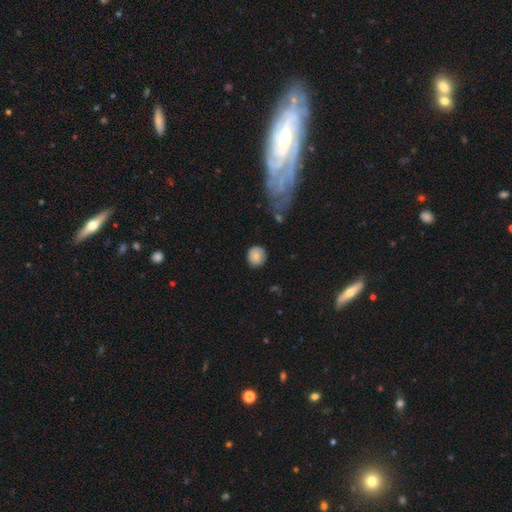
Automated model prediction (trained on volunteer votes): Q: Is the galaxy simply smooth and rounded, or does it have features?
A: smooth — 80%.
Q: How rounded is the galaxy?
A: round — 83%.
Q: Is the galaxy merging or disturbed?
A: none — 80%.